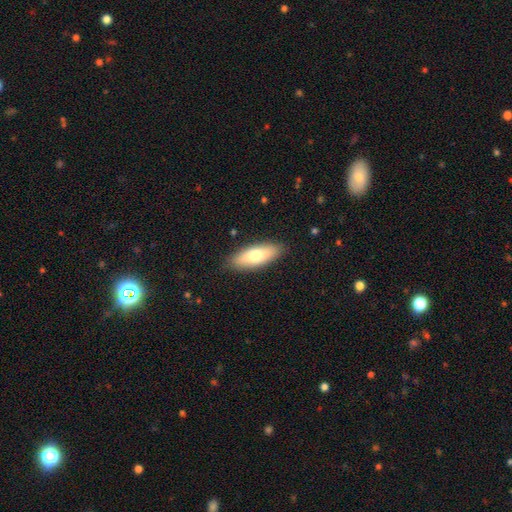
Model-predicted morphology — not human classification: Smooth or featured?
  - smooth: 71% *
  - featured or disk: 23%
  - star or artifact: 6%
How rounded?
  - in between: 70% *
  - cigar-shaped: 28%
  - round: 2%
Merging?
  - none: 87% *
  - minor disturbance: 10%
  - major disturbance: 2%
  - merger: 1%